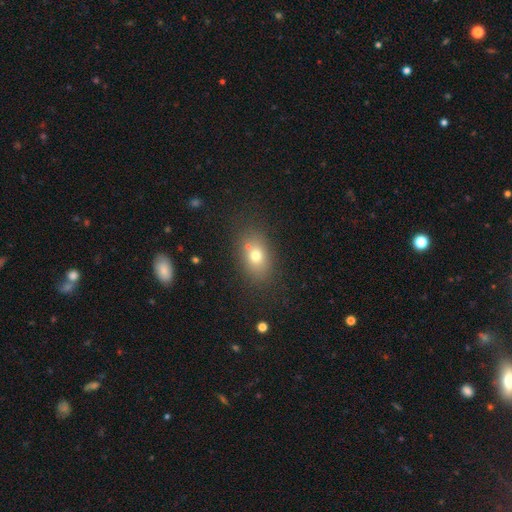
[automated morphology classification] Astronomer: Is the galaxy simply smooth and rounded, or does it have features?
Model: smooth — 71%.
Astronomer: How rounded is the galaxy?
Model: in between — 75%.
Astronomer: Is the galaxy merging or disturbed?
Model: none — 73%.